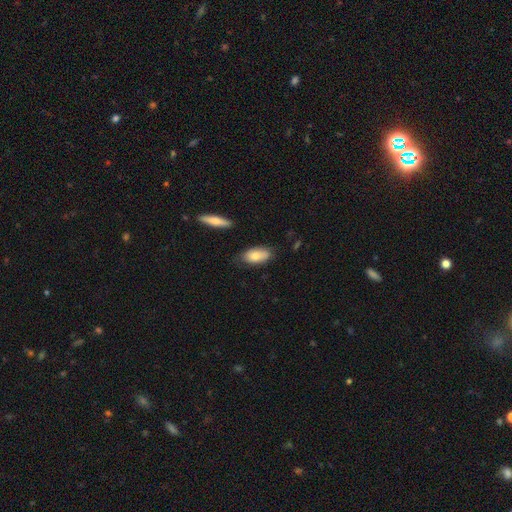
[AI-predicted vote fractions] smooth 77%, featured or disk 17%, star or artifact 6%. Down the decision tree: how rounded — in between (90%); merging — none (73%).